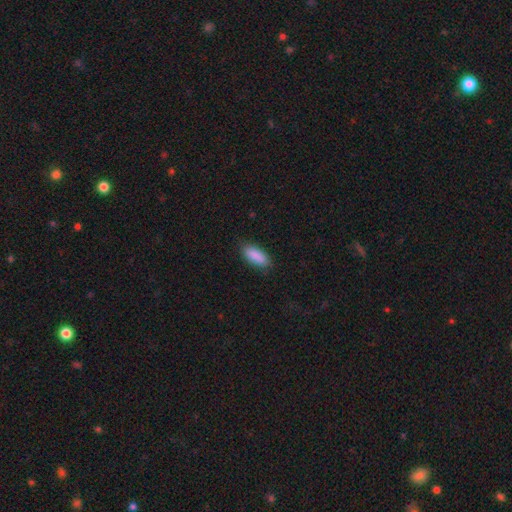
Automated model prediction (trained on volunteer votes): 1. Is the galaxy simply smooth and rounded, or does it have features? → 89% smooth, 6% star or artifact, 4% featured or disk.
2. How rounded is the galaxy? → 77% in between, 21% cigar-shaped, 2% round.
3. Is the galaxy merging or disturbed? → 84% none, 12% minor disturbance, 3% major disturbance, 1% merger.